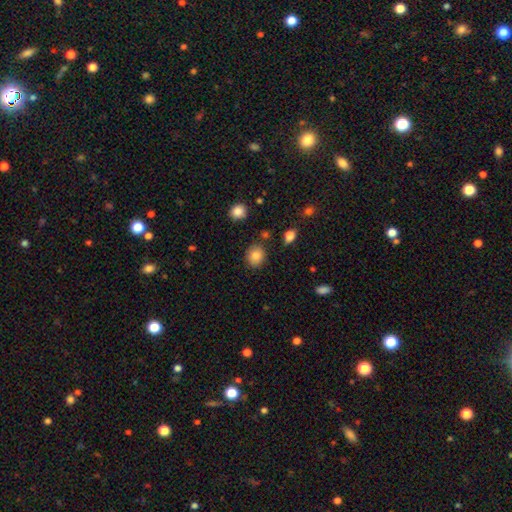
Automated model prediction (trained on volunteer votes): The model was most divided on "how rounded": round: 71%, in between: 28%, cigar-shaped: 1%. More confident: merging — none (85%); smooth or featured — smooth (83%).